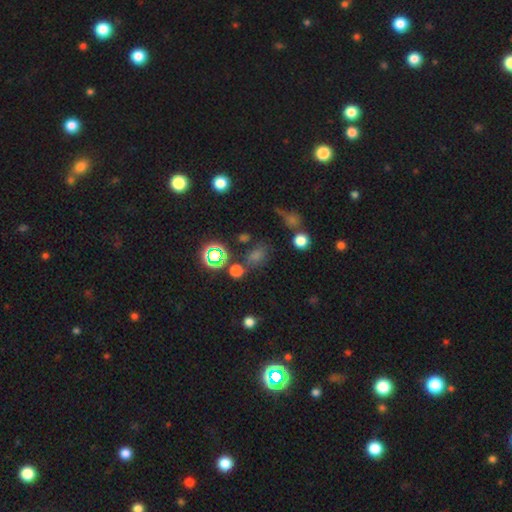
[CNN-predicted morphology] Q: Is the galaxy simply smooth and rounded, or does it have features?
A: smooth — 49%.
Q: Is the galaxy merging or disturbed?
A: none — 70%.